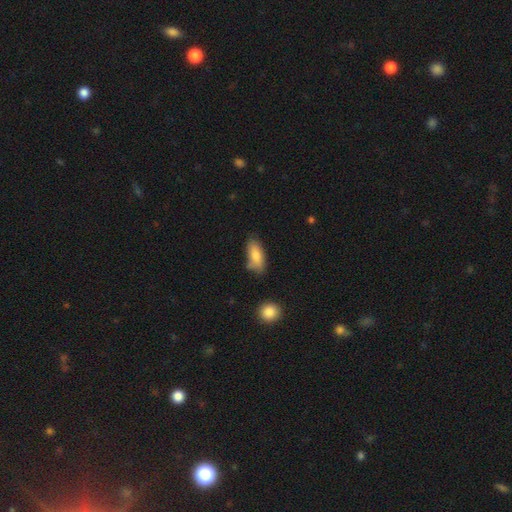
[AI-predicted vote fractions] This is clearly a smooth galaxy (81%). How rounded: clearly in between (83%). Merging: likely none (62%).